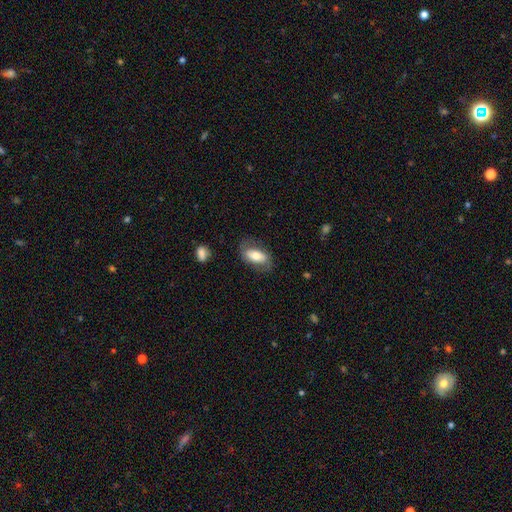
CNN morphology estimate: Overall: smooth (58%; featured or disk 36%). How rounded: in between (89%). Merging: none (71%).